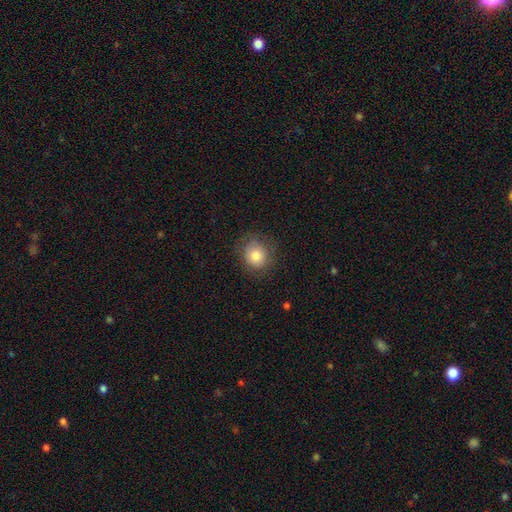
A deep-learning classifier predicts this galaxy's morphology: Smooth or featured? smooth (79%)
How rounded? round (84%)
Merging? none (79%)